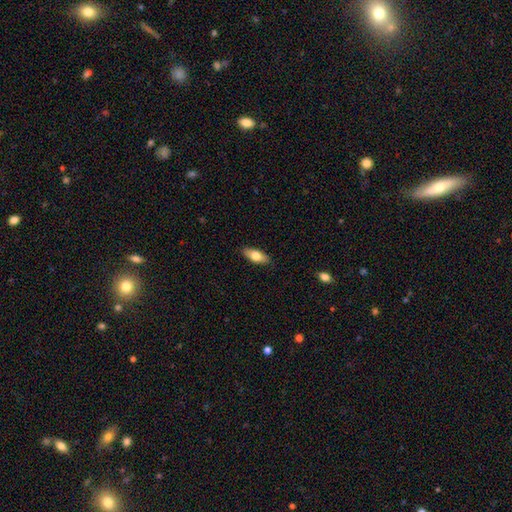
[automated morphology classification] smooth_or_featured: smooth (p=0.74) [alt: featured or disk p=0.20]
how_rounded: in between (p=0.79) [alt: cigar-shaped p=0.18]
merging: none (p=0.88) [alt: minor disturbance p=0.09]